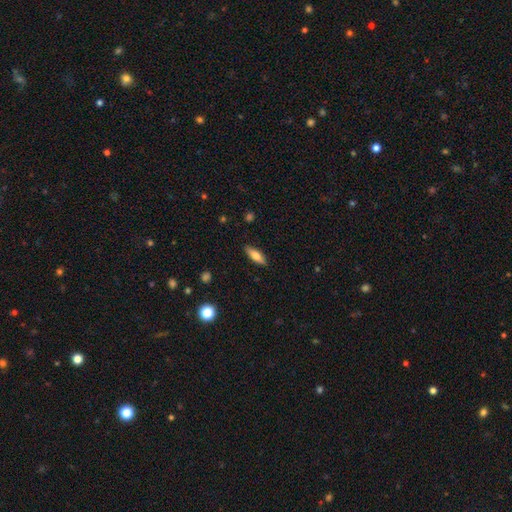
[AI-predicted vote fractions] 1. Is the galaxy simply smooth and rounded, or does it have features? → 70% smooth, 24% featured or disk, 7% star or artifact.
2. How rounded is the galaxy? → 52% in between, 46% cigar-shaped, 2% round.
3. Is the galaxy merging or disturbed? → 88% none, 9% minor disturbance, 2% major disturbance, 1% merger.